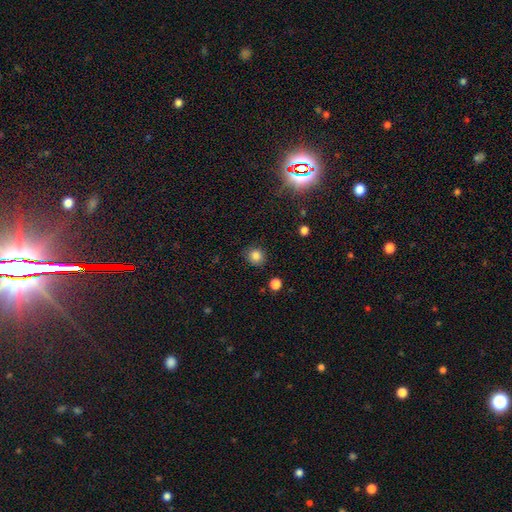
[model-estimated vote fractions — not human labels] Morphology: type=smooth (84%); roundness=round (85%); merging=none (86%).